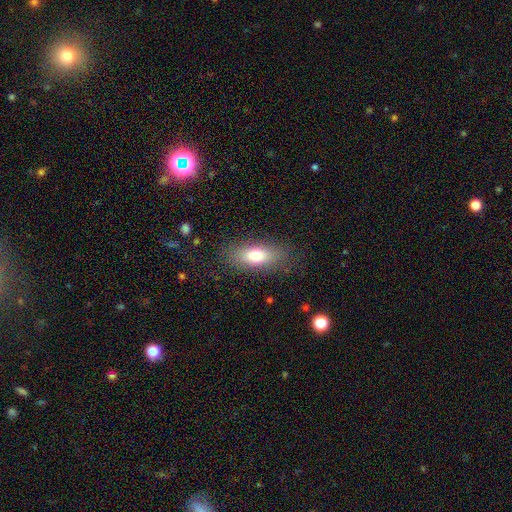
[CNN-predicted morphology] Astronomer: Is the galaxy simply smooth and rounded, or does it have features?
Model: smooth — 74%.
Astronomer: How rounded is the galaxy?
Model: in between — 78%.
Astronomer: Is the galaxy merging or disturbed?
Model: none — 82%.